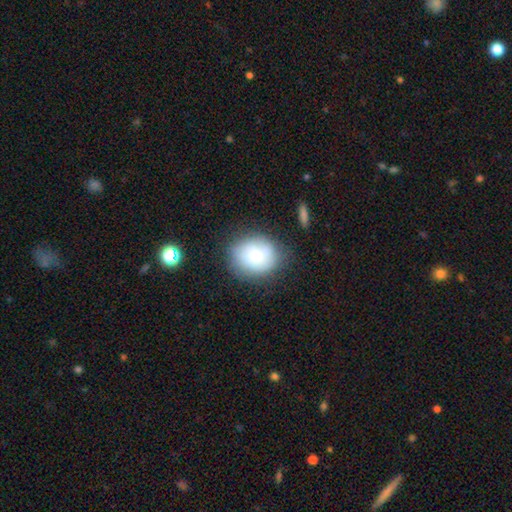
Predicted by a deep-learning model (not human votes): This appears to be a smooth galaxy with no disk features (67%) that is round (63%). Merging: none (72%).